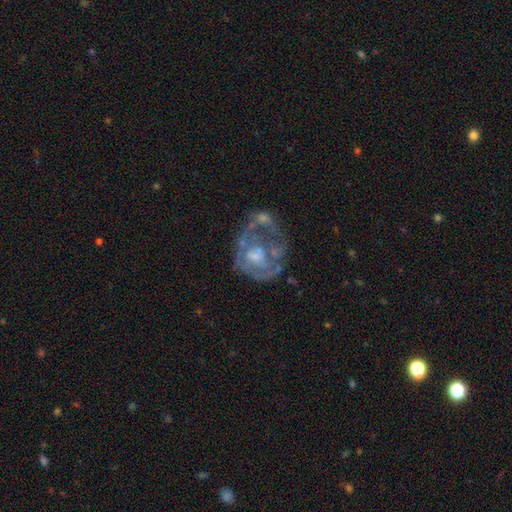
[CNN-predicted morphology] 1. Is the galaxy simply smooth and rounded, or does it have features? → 69% featured or disk, 21% smooth, 10% star or artifact.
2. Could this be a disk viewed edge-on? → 98% no, 2% yes.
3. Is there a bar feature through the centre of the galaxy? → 80% no, 16% weak, 3% strong.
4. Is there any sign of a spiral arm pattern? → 71% no, 29% yes.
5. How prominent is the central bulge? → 37% moderate, 28% none, 28% small, 5% large, 2% dominant.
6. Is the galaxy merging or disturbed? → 34% major disturbance, 33% none, 18% minor disturbance, 15% merger.